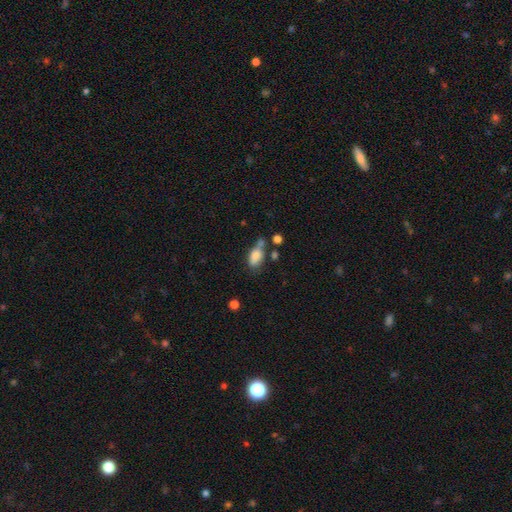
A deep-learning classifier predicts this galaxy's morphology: Smooth or featured? Predicted: smooth (p=0.78). How rounded? Predicted: in between (p=0.85). Merging? Predicted: none (p=0.37).